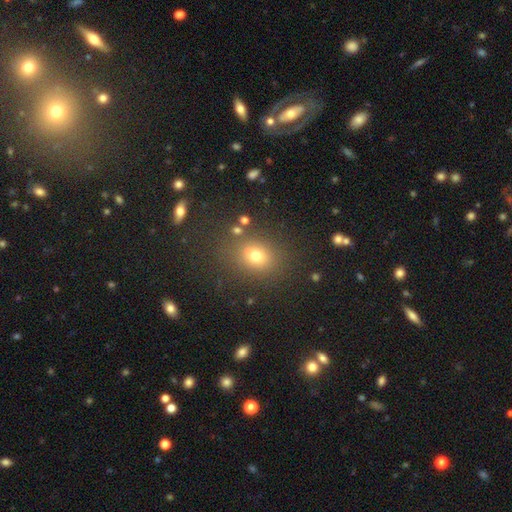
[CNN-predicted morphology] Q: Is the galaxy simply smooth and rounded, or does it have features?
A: smooth — 69%.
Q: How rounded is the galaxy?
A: round — 50%.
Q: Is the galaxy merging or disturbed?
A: none — 79%.